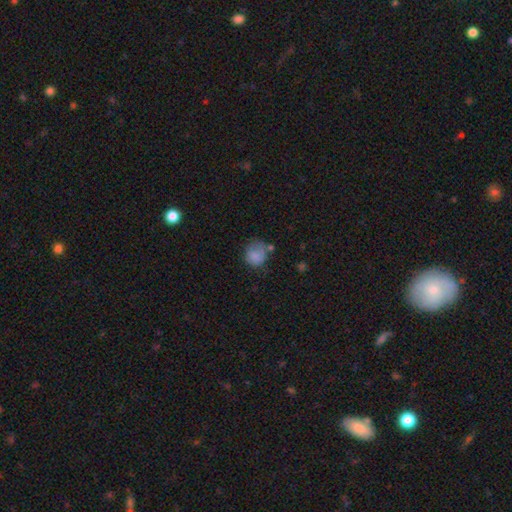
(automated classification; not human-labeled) smooth 80%, featured or disk 10%, star or artifact 10%. Down the decision tree: how rounded — round (78%); merging — none (51%).